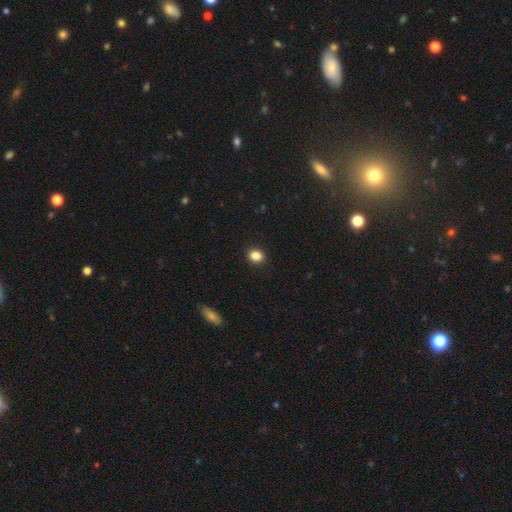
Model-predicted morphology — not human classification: Smooth or featured? Predicted: smooth (p=0.85). How rounded? Predicted: round (p=0.59). Merging? Predicted: none (p=0.91).